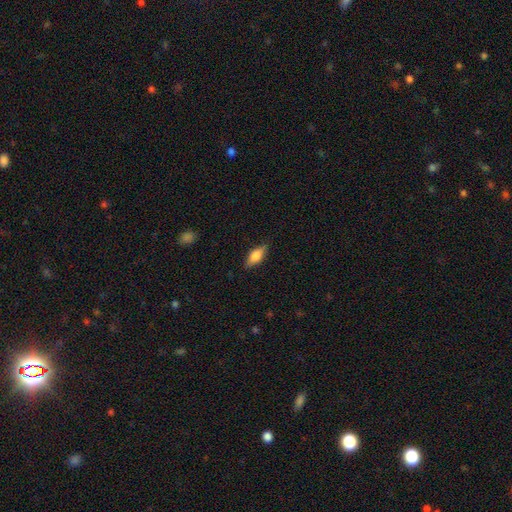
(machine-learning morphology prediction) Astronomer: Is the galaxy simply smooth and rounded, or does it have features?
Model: smooth — 66%.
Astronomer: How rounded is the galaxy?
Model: in between — 72%.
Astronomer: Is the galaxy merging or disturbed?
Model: none — 84%.